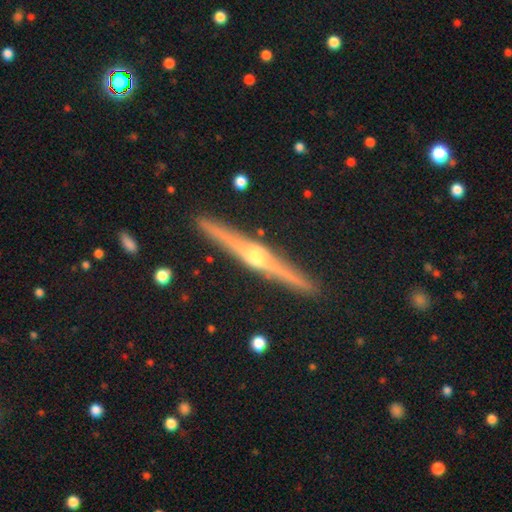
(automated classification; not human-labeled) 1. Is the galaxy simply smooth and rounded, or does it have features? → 85% featured or disk, 10% smooth, 5% star or artifact.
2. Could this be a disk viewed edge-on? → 98% yes, 2% no.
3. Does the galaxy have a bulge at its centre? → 93% rounded, 4% boxy, 3% none.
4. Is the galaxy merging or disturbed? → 92% none, 5% minor disturbance, 1% merger, 1% major disturbance.